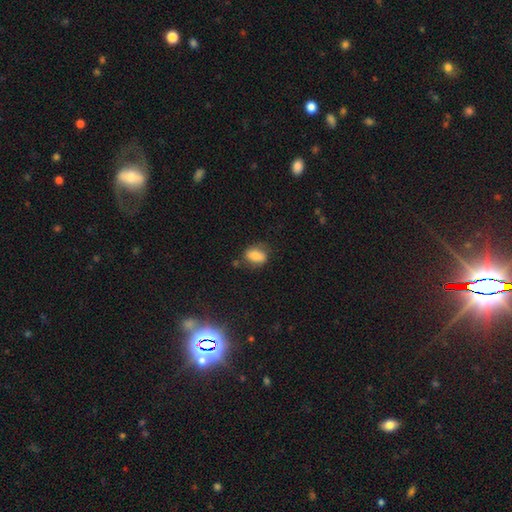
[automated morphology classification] smooth_or_featured: smooth (p=0.79) [alt: featured or disk p=0.12]
how_rounded: in between (p=0.75) [alt: round p=0.23]
merging: none (p=0.67) [alt: minor disturbance p=0.22]